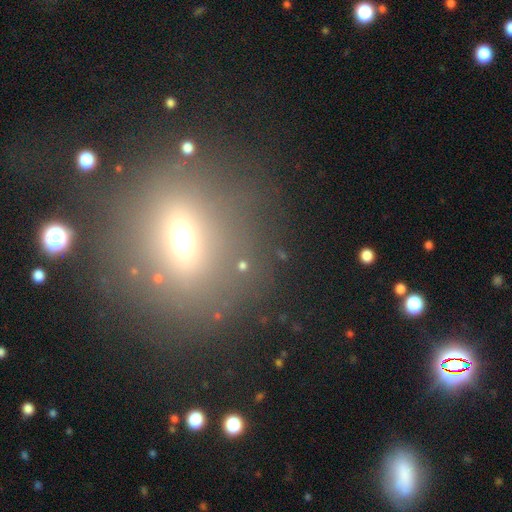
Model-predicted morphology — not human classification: This is marginally a smooth galaxy (45%). Merging: clearly none (81%).